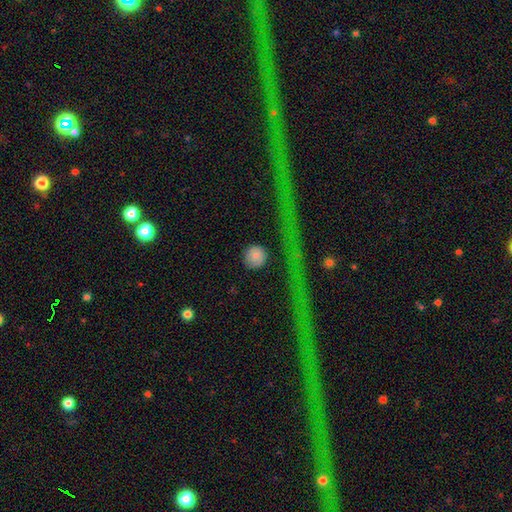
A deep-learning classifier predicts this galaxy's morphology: The model was most divided on "smooth or featured": smooth: 81%, featured or disk: 10%, star or artifact: 9%. More confident: how rounded — round (96%); merging — none (85%).